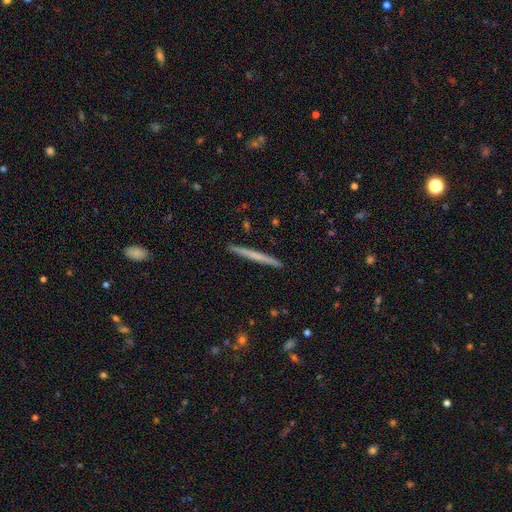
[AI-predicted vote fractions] Q: Smooth or featured?
A: smooth (50%); runner-up: featured or disk (44%)
Q: How rounded?
A: cigar-shaped (97%); runner-up: in between (2%)
Q: Merging?
A: none (92%); runner-up: minor disturbance (5%)